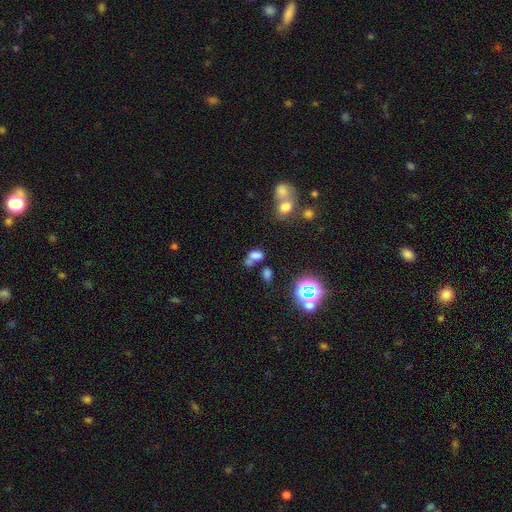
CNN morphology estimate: smooth 67%, star or artifact 21%, featured or disk 12%. Down the decision tree: how rounded — in between (76%); merging — merger (47%).